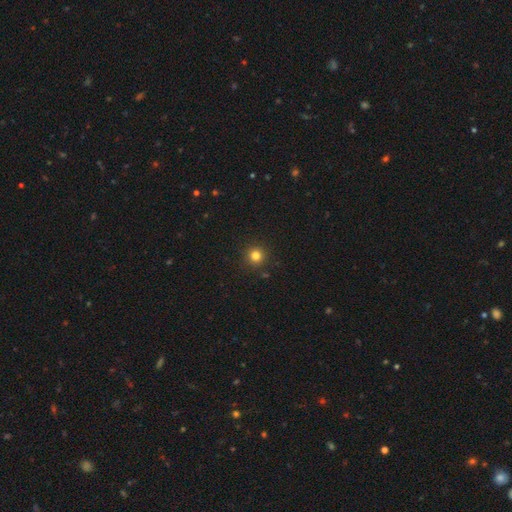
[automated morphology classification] A smooth galaxy with no disk features (81%) that is round (94%).

Vote fractions:
- Smooth or featured? smooth: 81% / star or artifact: 14% / featured or disk: 5%
- How rounded? round: 94% / in between: 5% / cigar-shaped: 1%
- Merging? none: 91% / minor disturbance: 6% / major disturbance: 2% / merger: 2%